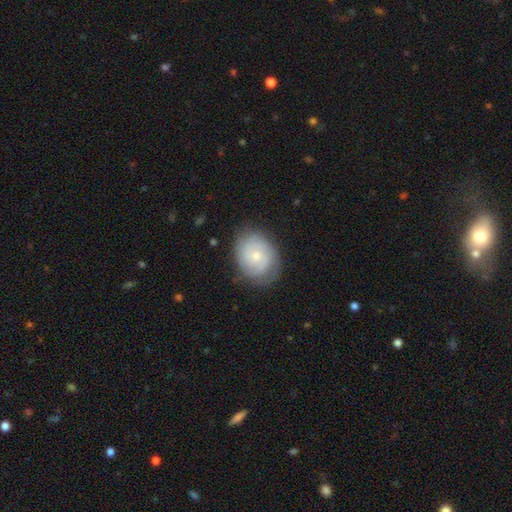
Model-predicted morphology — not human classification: type=featured or disk (71%); edge-on=no (97%); bar=no (74%); spiral arms=yes (93%); winding=tight (63%); arm count=2 (32%); bulge=small (65%); merging=none (78%).